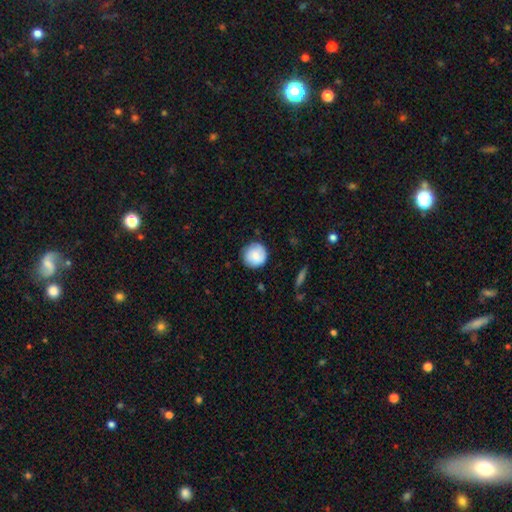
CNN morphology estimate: Q: Smooth or featured?
A: smooth (83%); runner-up: featured or disk (11%)
Q: How rounded?
A: round (95%); runner-up: in between (4%)
Q: Merging?
A: none (82%); runner-up: minor disturbance (14%)